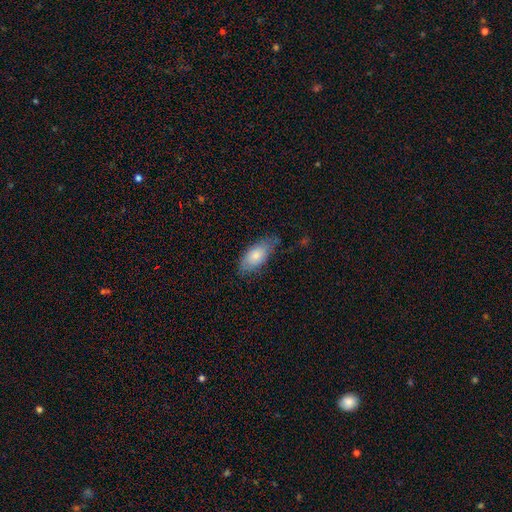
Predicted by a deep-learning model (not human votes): Q: Smooth or featured?
A: smooth (78%); runner-up: featured or disk (16%)
Q: How rounded?
A: in between (89%); runner-up: cigar-shaped (8%)
Q: Merging?
A: none (61%); runner-up: minor disturbance (30%)